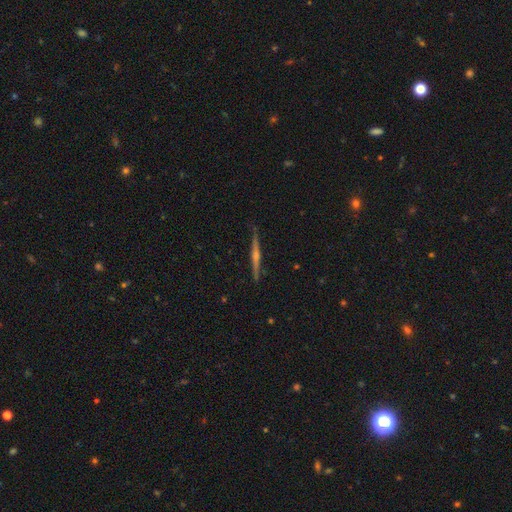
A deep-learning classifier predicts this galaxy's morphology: Smooth or featured: featured or disk — 78% (smooth — 16%)
Edge-on disk: yes — 98% (no — 2%)
Edge-on bulge: rounded — 78% (none — 14%)
Merging: none — 89% (minor disturbance — 8%)